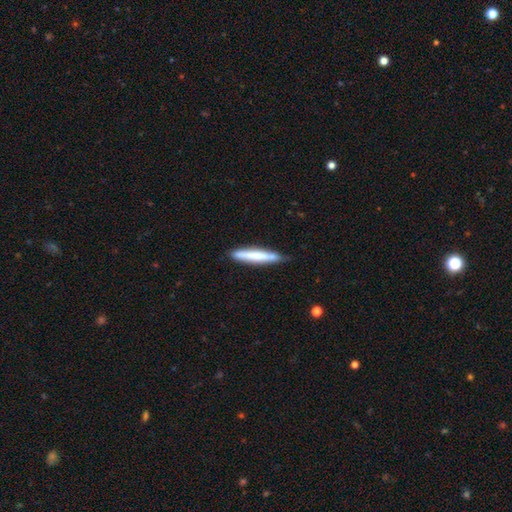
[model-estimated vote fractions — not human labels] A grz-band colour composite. It shows a smooth galaxy with no disk features (65%) that is cigar-shaped (93%). Merging: none (78%).